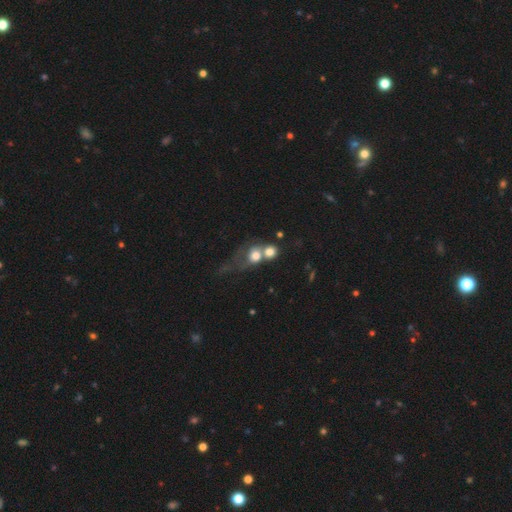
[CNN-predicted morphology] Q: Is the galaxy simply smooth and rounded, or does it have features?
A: smooth — 69%.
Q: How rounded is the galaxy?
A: round — 72%.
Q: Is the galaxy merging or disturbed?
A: merger — 64%.